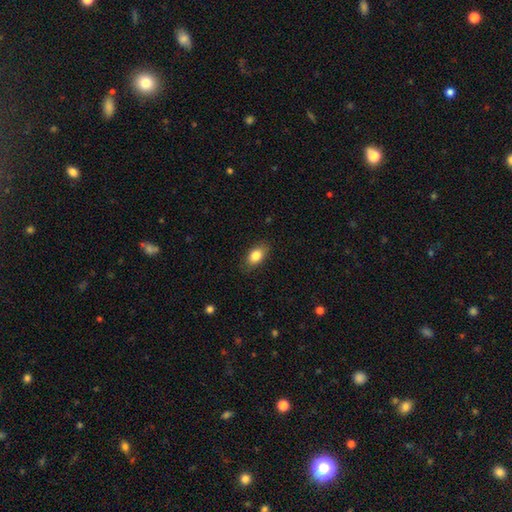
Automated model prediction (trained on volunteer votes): smooth 82%, featured or disk 10%, star or artifact 7%. Down the decision tree: how rounded — in between (87%); merging — none (84%).